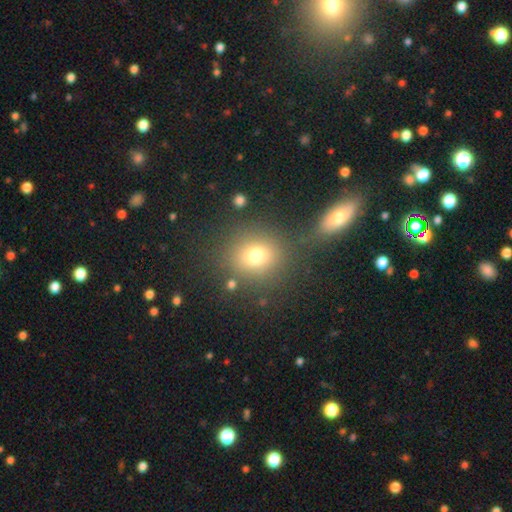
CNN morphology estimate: smooth 75%, star or artifact 14%, featured or disk 11%. Down the decision tree: how rounded — round (73%); merging — none (72%).